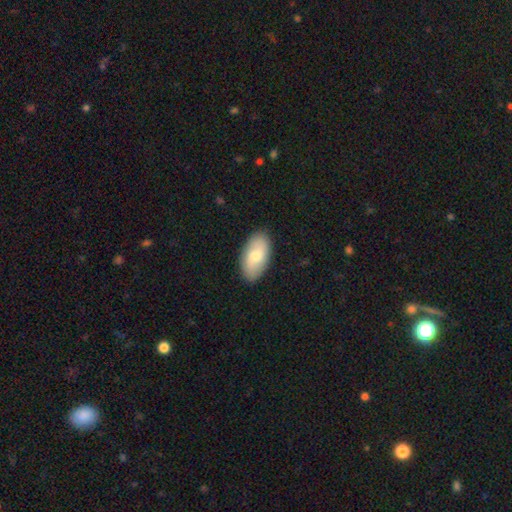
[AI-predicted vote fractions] smooth_or_featured: smooth (p=0.64) [alt: featured or disk p=0.31]
how_rounded: in between (p=0.94) [alt: round p=0.03]
merging: none (p=0.87) [alt: minor disturbance p=0.10]